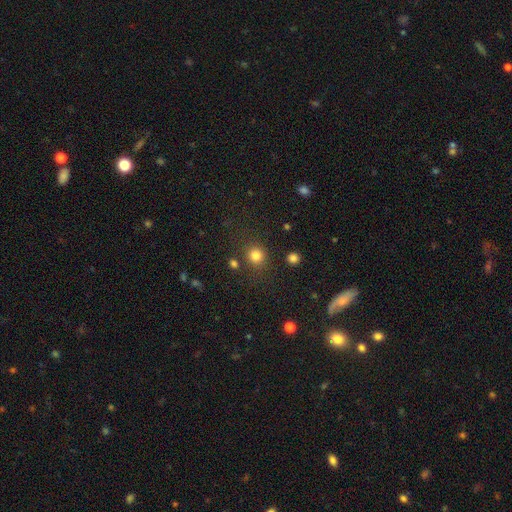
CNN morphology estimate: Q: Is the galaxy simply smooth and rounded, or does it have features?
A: smooth — 81%.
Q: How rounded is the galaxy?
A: round — 89%.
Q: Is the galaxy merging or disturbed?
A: none — 79%.